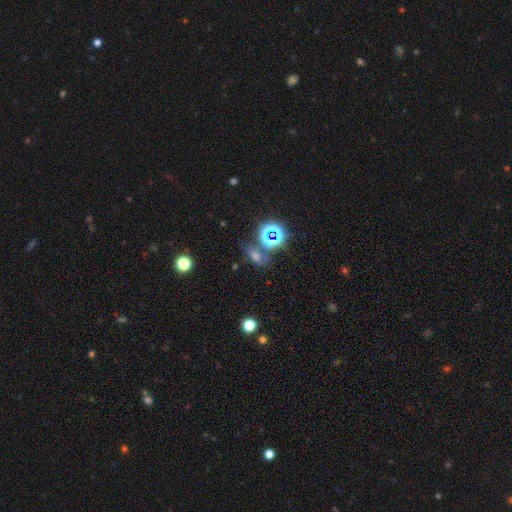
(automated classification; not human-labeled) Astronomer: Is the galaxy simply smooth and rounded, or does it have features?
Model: star or artifact — 50% (runner-up: smooth, 34%).